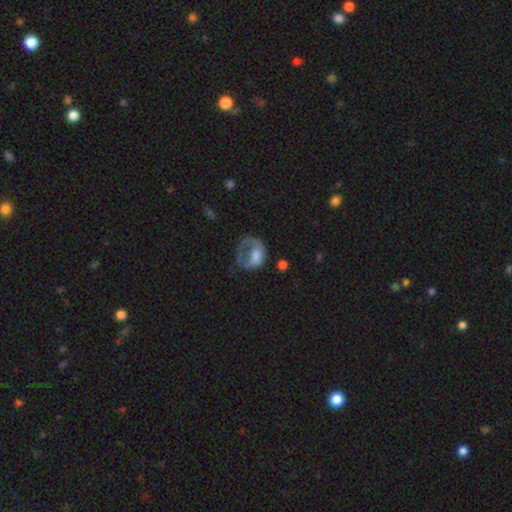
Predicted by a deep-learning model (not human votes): smooth-or-featured: smooth: 48% | featured or disk: 42% | star or artifact: 9%
  merging: major disturbance: 53% | none: 25% | minor disturbance: 19% | merger: 3%